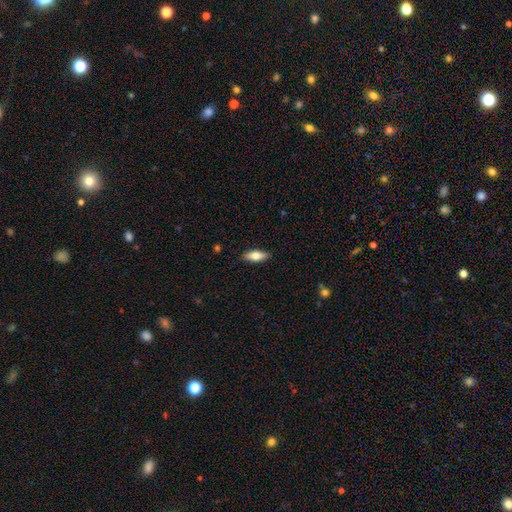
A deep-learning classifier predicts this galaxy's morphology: Smooth or featured? Predicted: smooth (p=0.70). How rounded? Predicted: in between (p=0.70). Merging? Predicted: none (p=0.88).